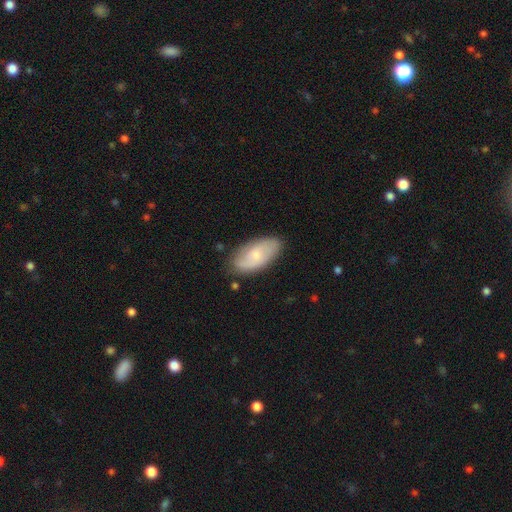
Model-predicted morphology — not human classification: smooth_or_featured: smooth (p=0.51) [alt: featured or disk p=0.42]
how_rounded: in between (p=0.92) [alt: cigar-shaped p=0.05]
merging: none (p=0.78) [alt: minor disturbance p=0.17]